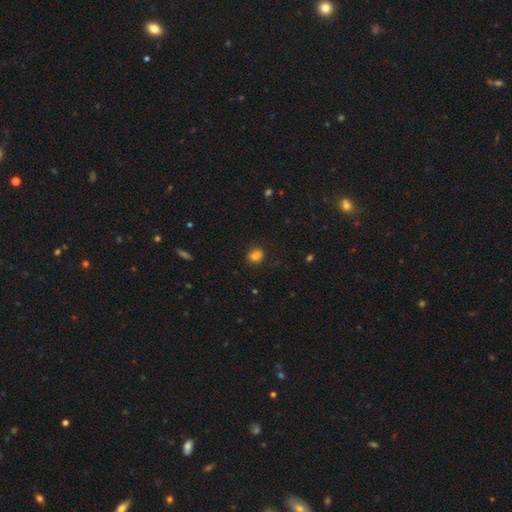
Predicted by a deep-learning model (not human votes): Smooth or featured? smooth (83%)
How rounded? round (50%)
Merging? none (79%)